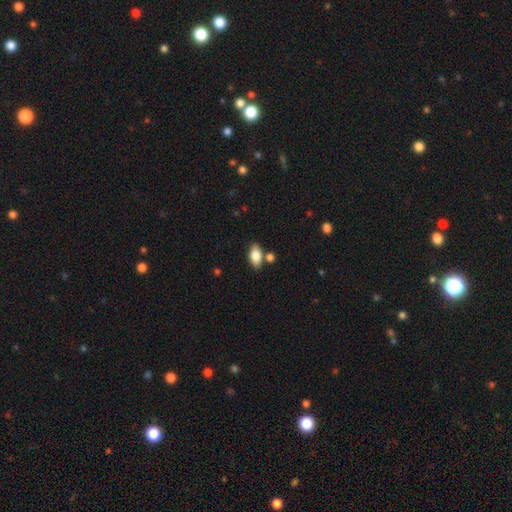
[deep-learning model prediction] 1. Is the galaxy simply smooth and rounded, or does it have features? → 81% smooth, 12% featured or disk, 7% star or artifact.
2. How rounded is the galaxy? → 90% in between, 6% round, 4% cigar-shaped.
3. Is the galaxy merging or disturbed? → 73% none, 12% minor disturbance, 12% merger, 3% major disturbance.